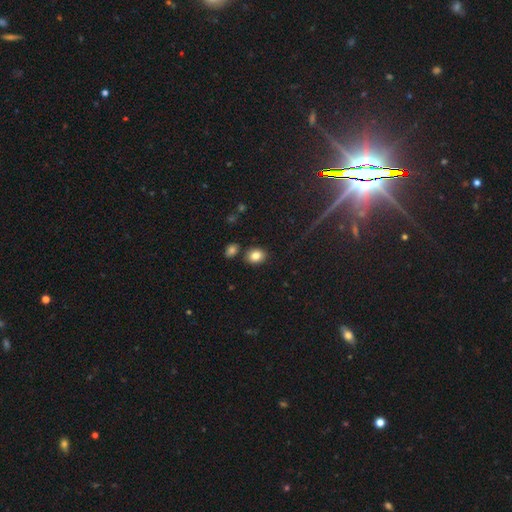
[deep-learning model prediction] Smooth or featured? smooth (83%)
How rounded? round (51%)
Merging? none (80%)